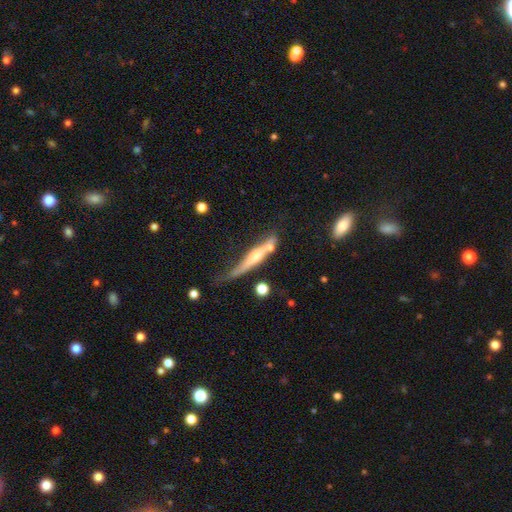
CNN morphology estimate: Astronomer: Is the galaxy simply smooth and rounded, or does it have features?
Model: featured or disk — 56% (runner-up: smooth, 37%).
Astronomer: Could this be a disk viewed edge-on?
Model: yes — 87%.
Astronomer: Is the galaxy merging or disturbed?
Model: none — 40% (runner-up: minor disturbance, 28%).